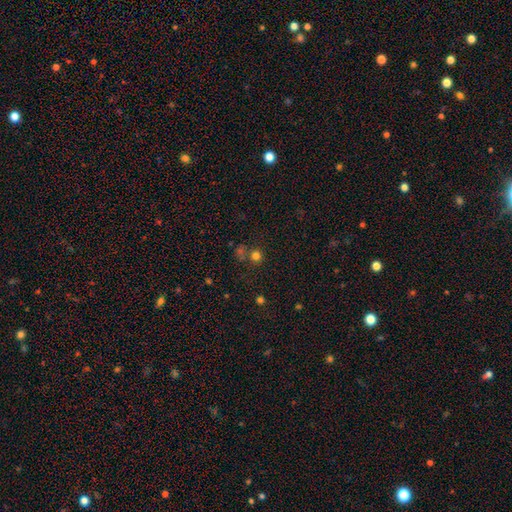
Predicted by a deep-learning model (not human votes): smooth-or-featured: smooth: 72% | star or artifact: 22% | featured or disk: 6%
  how-rounded: round: 91% | in between: 8% | cigar-shaped: 1%
  merging: none: 67% | merger: 20% | minor disturbance: 8% | major disturbance: 4%